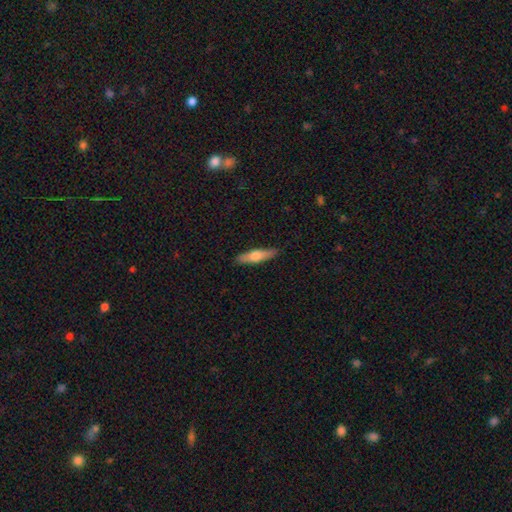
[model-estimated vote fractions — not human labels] smooth_or_featured: smooth (p=0.63) [alt: featured or disk p=0.32]
how_rounded: cigar-shaped (p=0.71) [alt: in between p=0.27]
merging: none (p=0.88) [alt: minor disturbance p=0.09]